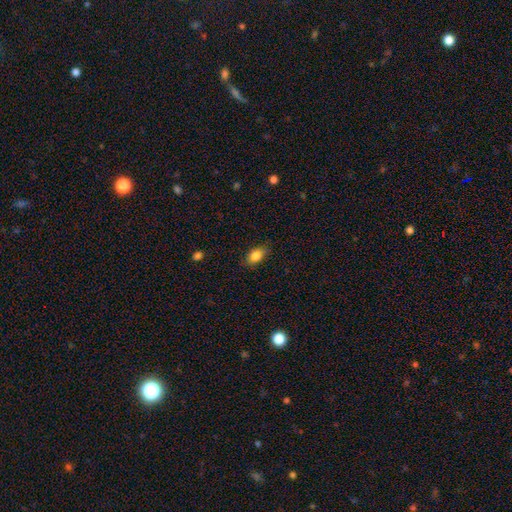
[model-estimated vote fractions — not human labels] Smooth or featured? Predicted: smooth (p=0.85). How rounded? Predicted: in between (p=0.84). Merging? Predicted: none (p=0.81).